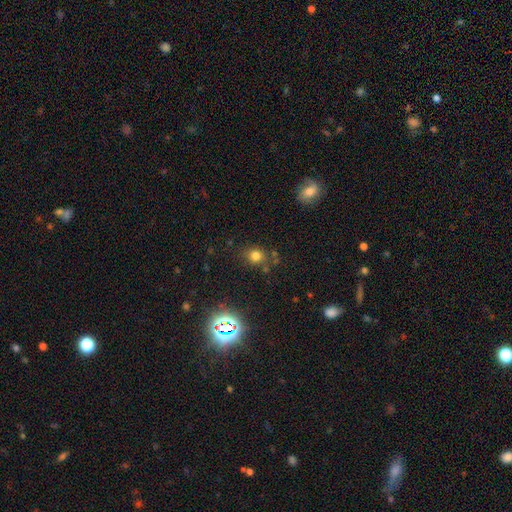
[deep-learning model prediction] Smooth or featured?
  - smooth: 74% *
  - star or artifact: 18%
  - featured or disk: 7%
How rounded?
  - round: 70% *
  - in between: 29%
  - cigar-shaped: 1%
Merging?
  - none: 75% *
  - minor disturbance: 14%
  - merger: 7%
  - major disturbance: 5%